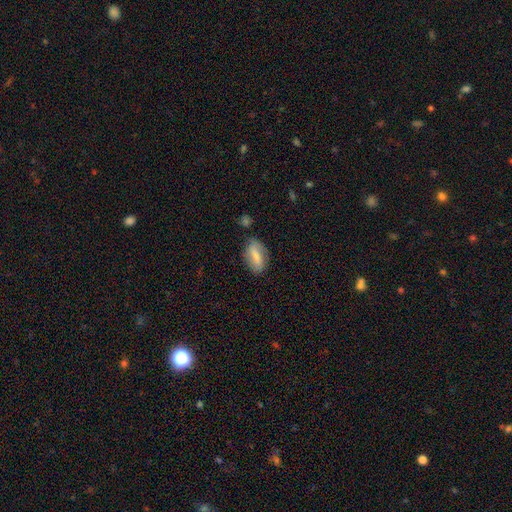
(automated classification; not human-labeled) A smooth galaxy with no disk features (72%) that is in between round and cigar-shaped (83%). Merging: none (73%).